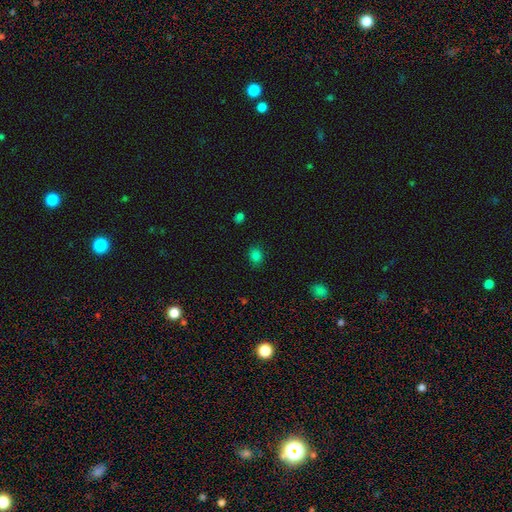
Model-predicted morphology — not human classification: smooth_or_featured: smooth (p=0.80) [alt: star or artifact p=0.15]
how_rounded: round (p=0.53) [alt: in between p=0.46]
merging: none (p=0.85) [alt: minor disturbance p=0.11]